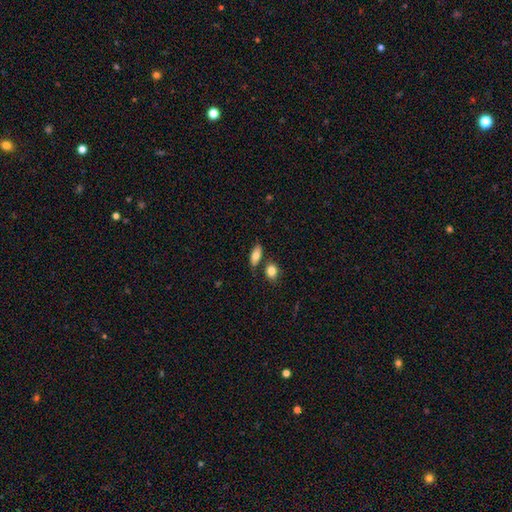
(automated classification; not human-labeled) smooth 76%, featured or disk 17%, star or artifact 7%. Down the decision tree: how rounded — in between (80%); merging — none (70%).